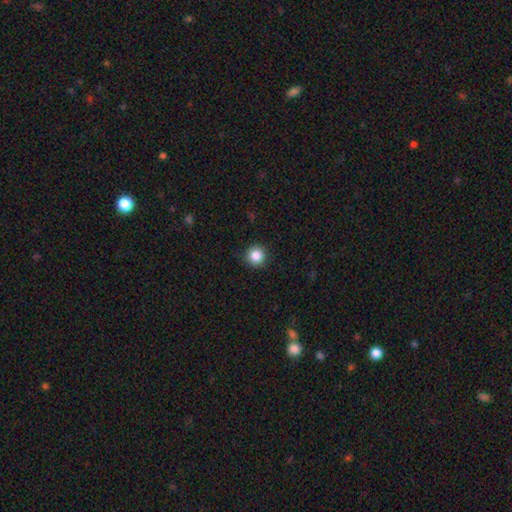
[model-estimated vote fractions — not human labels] smooth 86%, star or artifact 10%, featured or disk 4%. Down the decision tree: how rounded — round (95%); merging — none (91%).